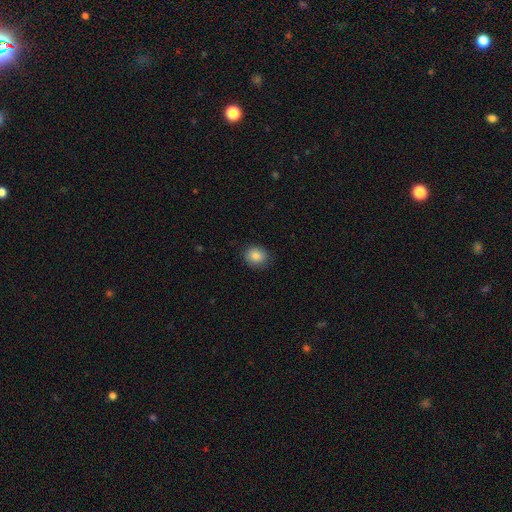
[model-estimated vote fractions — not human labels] A smooth galaxy with no disk features (85%) that is round (71%). Merging: none (84%).